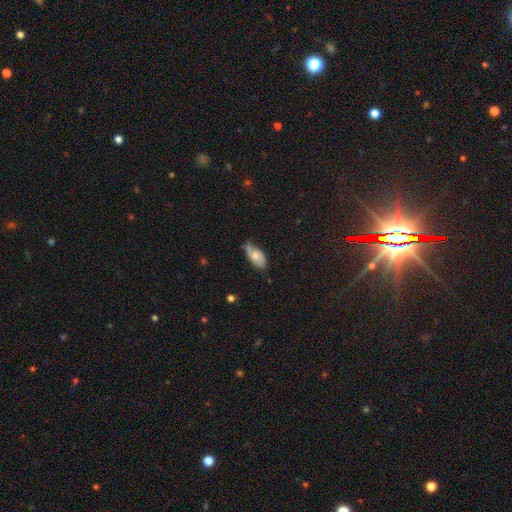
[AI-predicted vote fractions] Smooth or featured?
  - smooth: 63% *
  - featured or disk: 30%
  - star or artifact: 7%
How rounded?
  - in between: 91% *
  - cigar-shaped: 7%
  - round: 2%
Merging?
  - none: 57% *
  - minor disturbance: 34%
  - major disturbance: 8%
  - merger: 2%